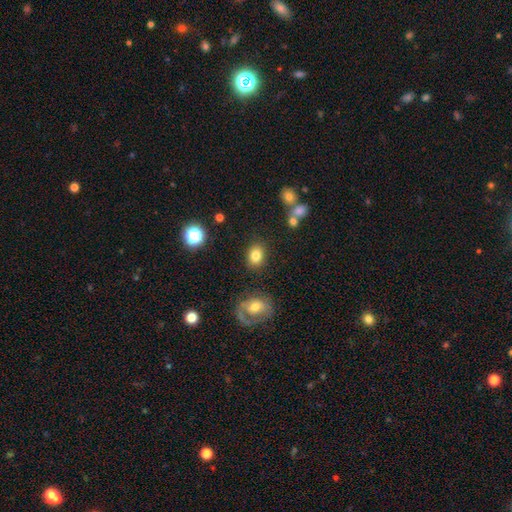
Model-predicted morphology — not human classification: The model was most divided on "how rounded": in between: 62%, round: 37%, cigar-shaped: 1%. More confident: merging — none (82%); smooth or featured — smooth (81%).